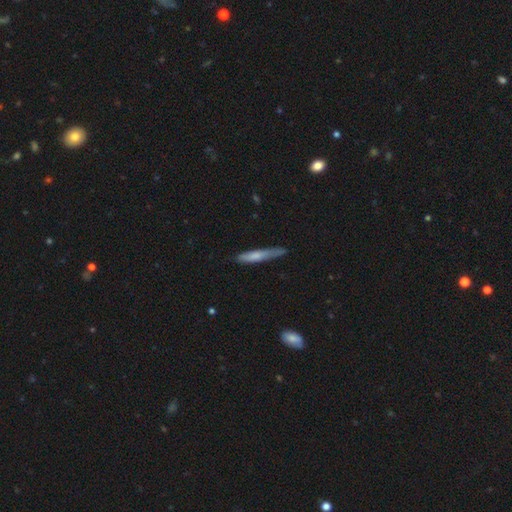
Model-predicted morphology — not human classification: Smooth or featured? smooth (68%)
How rounded? cigar-shaped (93%)
Merging? none (69%)